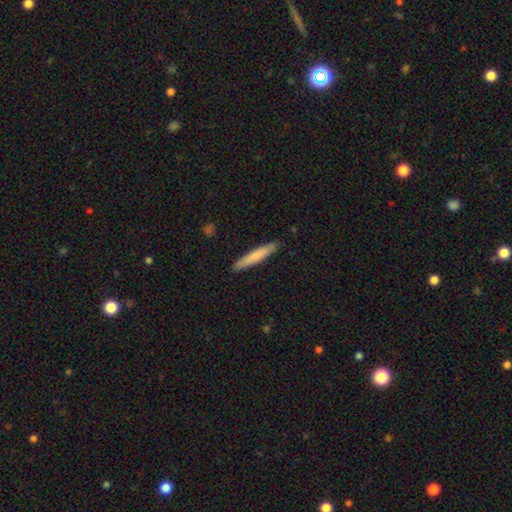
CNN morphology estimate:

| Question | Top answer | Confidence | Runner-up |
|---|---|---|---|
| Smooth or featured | smooth | 74% | featured or disk (21%) |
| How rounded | cigar-shaped | 94% | in between (5%) |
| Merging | none | 91% | minor disturbance (7%) |